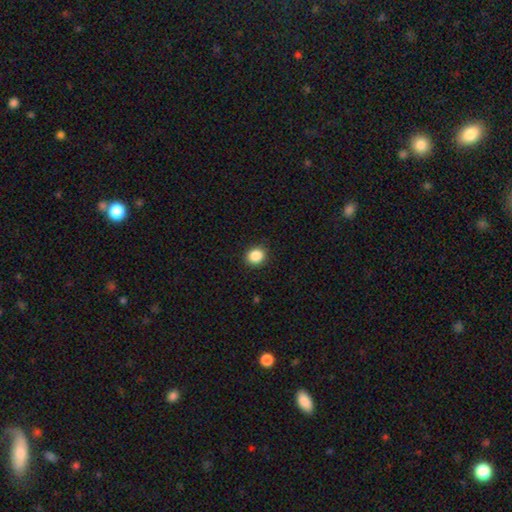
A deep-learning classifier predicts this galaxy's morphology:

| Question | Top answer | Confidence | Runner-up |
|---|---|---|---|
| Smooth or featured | smooth | 87% | star or artifact (10%) |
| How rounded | round | 82% | in between (17%) |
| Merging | none | 91% | minor disturbance (6%) |